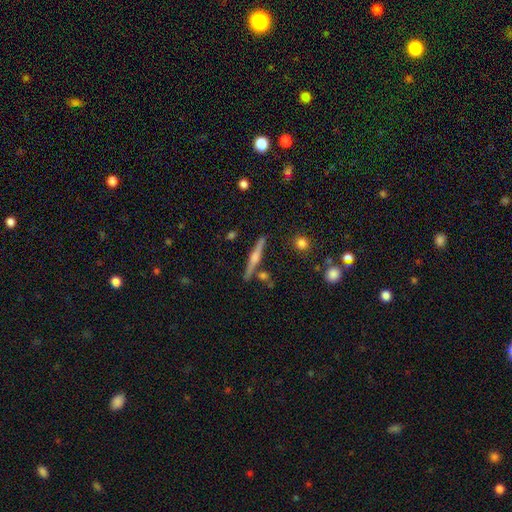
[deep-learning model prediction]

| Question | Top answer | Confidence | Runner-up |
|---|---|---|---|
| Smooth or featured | featured or disk | 75% | smooth (19%) |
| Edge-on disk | yes | 98% | no (2%) |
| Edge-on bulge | rounded | 86% | boxy (8%) |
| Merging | none | 86% | minor disturbance (7%) |